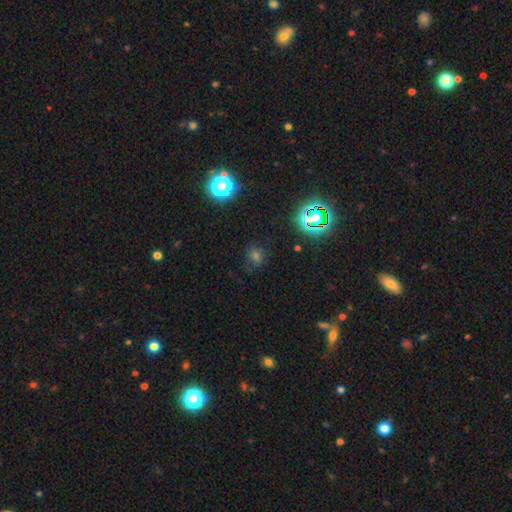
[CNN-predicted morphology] Q: Smooth or featured?
A: smooth (58%); runner-up: star or artifact (36%)
Q: How rounded?
A: round (79%); runner-up: in between (20%)
Q: Merging?
A: none (79%); runner-up: minor disturbance (13%)